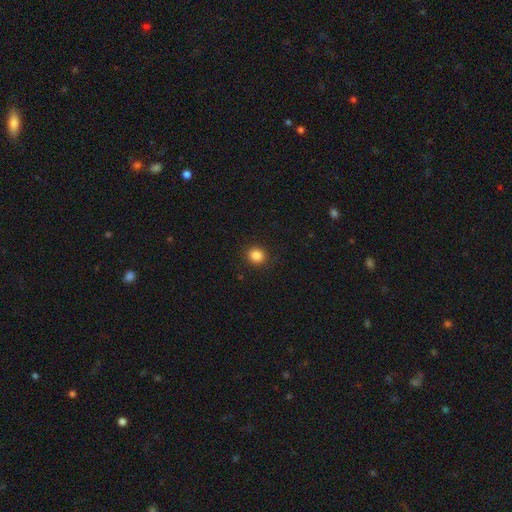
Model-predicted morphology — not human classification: The model was most divided on "how rounded": round: 81%, in between: 18%, cigar-shaped: 1%. More confident: merging — none (90%); smooth or featured — smooth (85%).